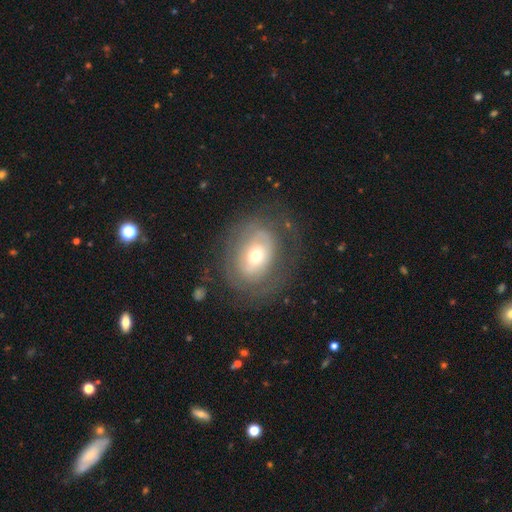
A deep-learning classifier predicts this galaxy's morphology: Overall: featured or disk (59%; smooth 33%). Edge-on disk: no (94%). Bar: no (68%). Spiral arms: yes (51%; no 49%). Bulge size: moderate (57%; small 34%). Merging: none (65%).